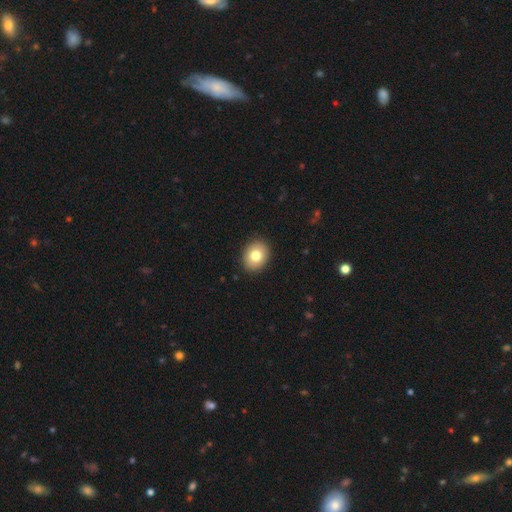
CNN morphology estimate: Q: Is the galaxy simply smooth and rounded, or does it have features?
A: smooth — 79%.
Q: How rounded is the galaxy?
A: in between — 51%.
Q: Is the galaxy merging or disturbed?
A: none — 91%.